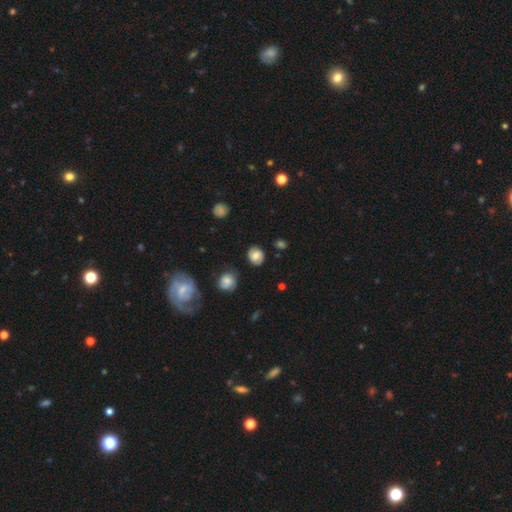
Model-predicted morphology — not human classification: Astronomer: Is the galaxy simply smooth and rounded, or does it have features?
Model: smooth — 65%.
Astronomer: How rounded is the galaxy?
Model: round — 63%.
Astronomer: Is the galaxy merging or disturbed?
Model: none — 81%.